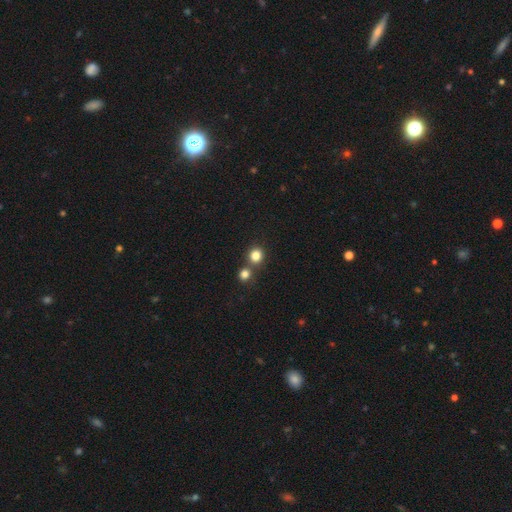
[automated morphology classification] smooth-or-featured: smooth: 82% | star or artifact: 12% | featured or disk: 6%
  how-rounded: round: 87% | in between: 12% | cigar-shaped: 1%
  merging: none: 64% | merger: 27% | minor disturbance: 7% | major disturbance: 2%